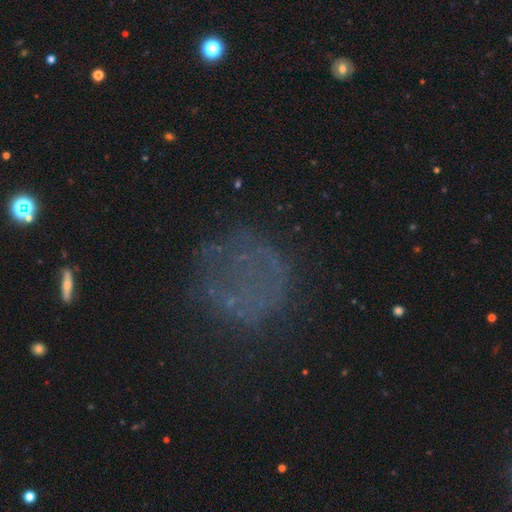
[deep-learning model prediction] smooth_or_featured: smooth (p=0.39) [alt: star or artifact p=0.33]
merging: none (p=0.64) [alt: major disturbance p=0.18]